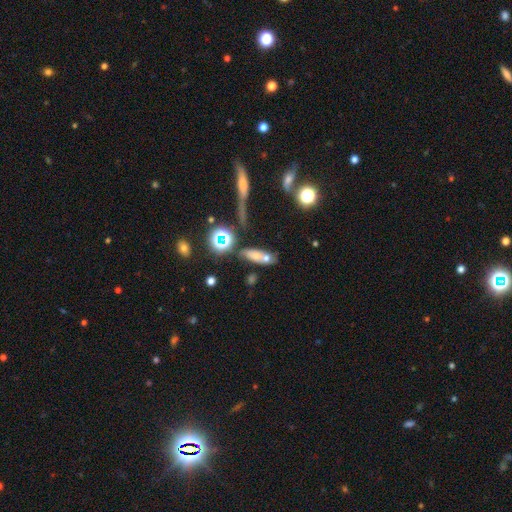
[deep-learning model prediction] smooth_or_featured: smooth (p=0.57) [alt: featured or disk p=0.23]
how_rounded: in between (p=0.63) [alt: cigar-shaped p=0.28]
merging: none (p=0.45) [alt: merger p=0.33]